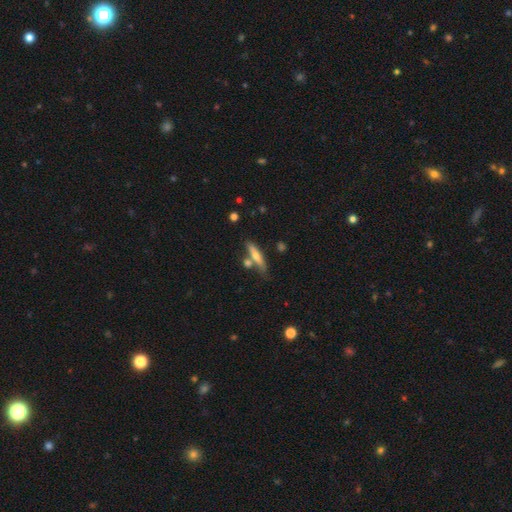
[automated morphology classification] Smooth or featured? Predicted: smooth (p=0.51). How rounded? Predicted: cigar-shaped (p=0.81). Merging? Predicted: none (p=0.65).